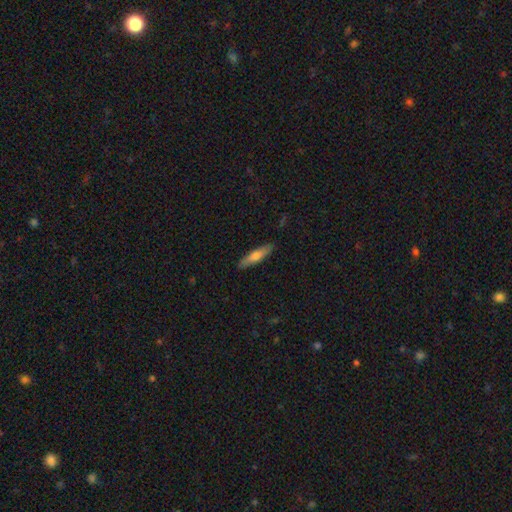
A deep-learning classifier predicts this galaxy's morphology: smooth_or_featured: smooth (p=0.62) [alt: featured or disk p=0.33]
how_rounded: cigar-shaped (p=0.76) [alt: in between p=0.22]
merging: none (p=0.89) [alt: minor disturbance p=0.08]